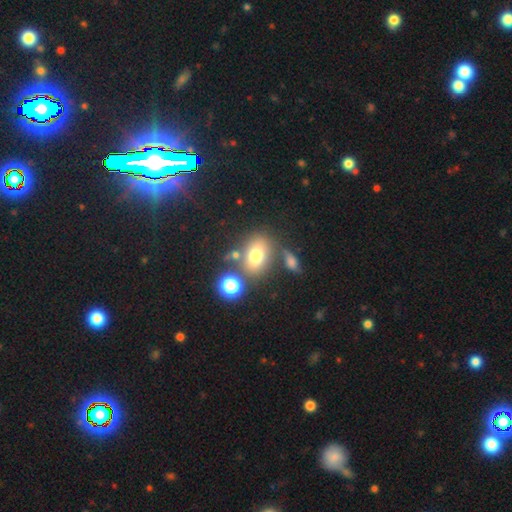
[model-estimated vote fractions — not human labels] Smooth or featured? Predicted: smooth (p=0.71). How rounded? Predicted: in between (p=0.65). Merging? Predicted: none (p=0.65).